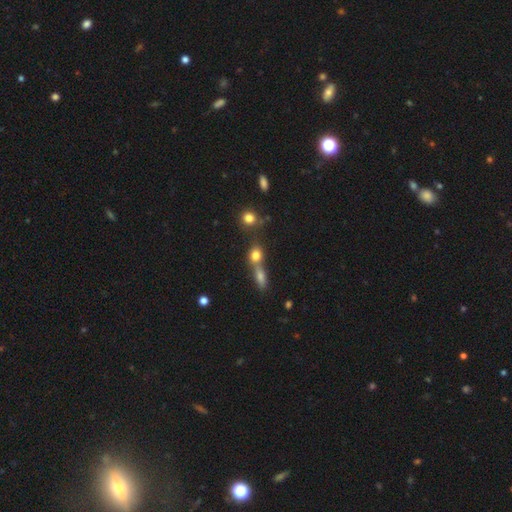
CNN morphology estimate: smooth_or_featured: smooth (p=0.76) [alt: star or artifact p=0.14]
how_rounded: round (p=0.60) [alt: in between p=0.33]
merging: merger (p=0.51) [alt: none p=0.38]